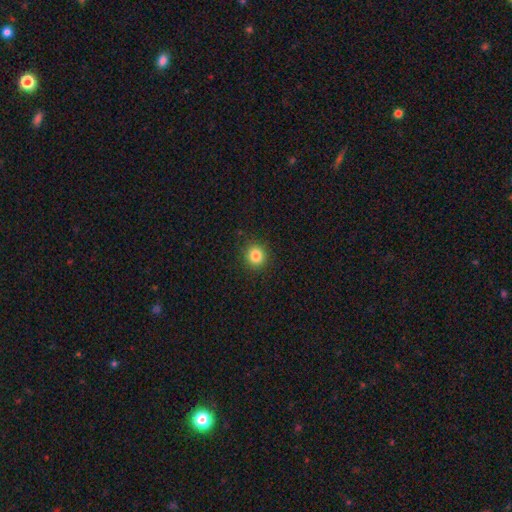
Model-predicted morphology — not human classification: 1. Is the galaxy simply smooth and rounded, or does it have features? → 84% smooth, 11% star or artifact, 5% featured or disk.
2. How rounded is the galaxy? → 89% round, 11% in between, 1% cigar-shaped.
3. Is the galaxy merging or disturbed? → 91% none, 6% minor disturbance, 2% major disturbance, 1% merger.